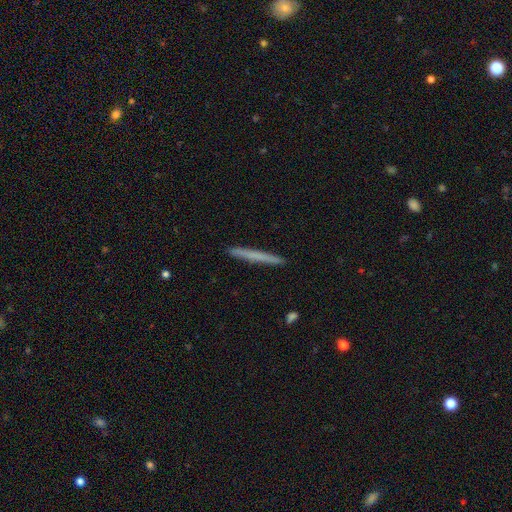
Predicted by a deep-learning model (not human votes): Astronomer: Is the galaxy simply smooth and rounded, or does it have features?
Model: smooth — 64%.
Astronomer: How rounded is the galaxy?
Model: cigar-shaped — 97%.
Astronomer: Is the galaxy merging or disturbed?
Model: none — 93%.